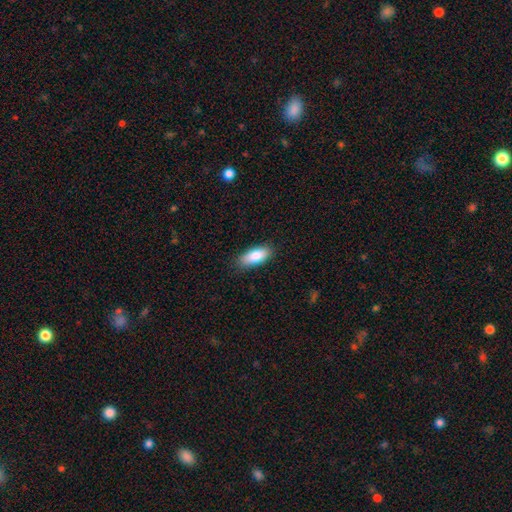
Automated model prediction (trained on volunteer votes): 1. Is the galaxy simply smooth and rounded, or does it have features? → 86% smooth, 8% featured or disk, 6% star or artifact.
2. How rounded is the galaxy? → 83% in between, 15% cigar-shaped, 2% round.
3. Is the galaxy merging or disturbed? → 86% none, 11% minor disturbance, 2% major disturbance, 1% merger.